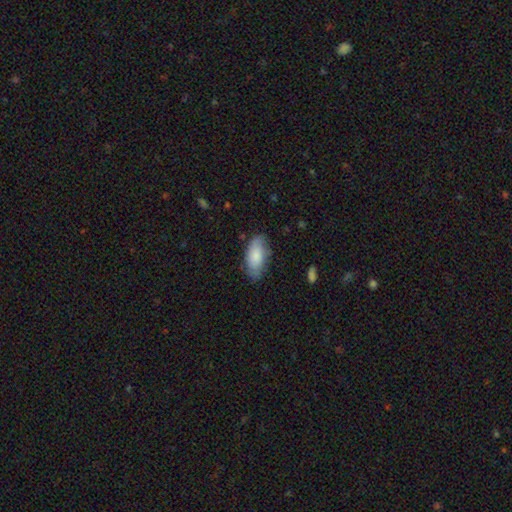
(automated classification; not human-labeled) This appears to be a smooth galaxy with no disk features (81%) that is in between round and cigar-shaped (90%). Merging: none (75%).